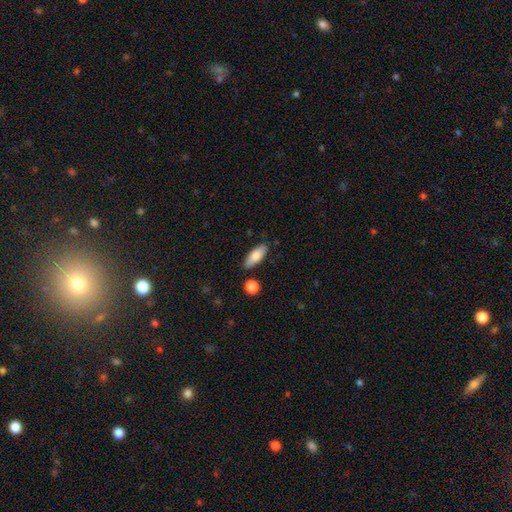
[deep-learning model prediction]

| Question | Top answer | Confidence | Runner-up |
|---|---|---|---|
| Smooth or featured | smooth | 76% | featured or disk (17%) |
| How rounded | in between | 75% | cigar-shaped (22%) |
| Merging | none | 84% | minor disturbance (11%) |